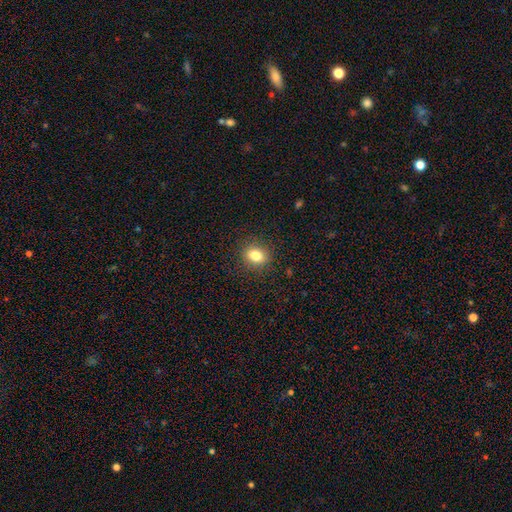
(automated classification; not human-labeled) Smooth or featured? smooth (81%)
How rounded? round (54%)
Merging? none (88%)